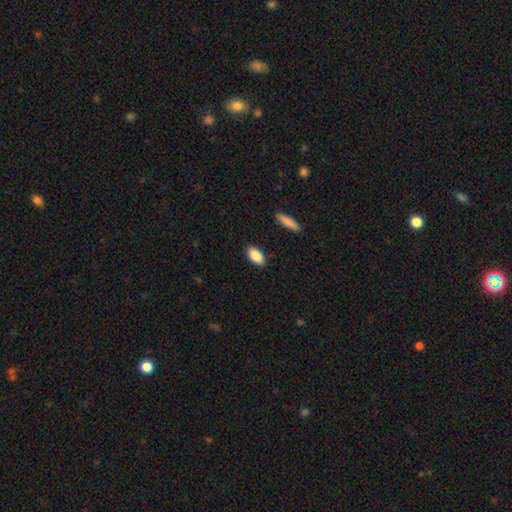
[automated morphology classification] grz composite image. It shows a smooth galaxy with no disk features (88%) that is in between round and cigar-shaped (91%). Merging: none (88%).